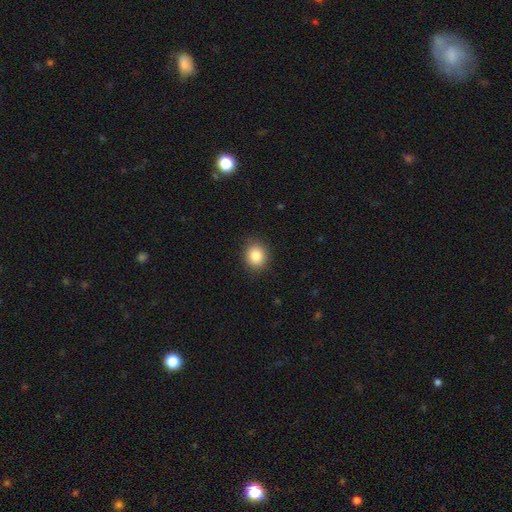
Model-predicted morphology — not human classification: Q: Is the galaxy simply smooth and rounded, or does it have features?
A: smooth — 86%.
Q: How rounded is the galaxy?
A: round — 71%.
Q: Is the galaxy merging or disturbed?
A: none — 88%.